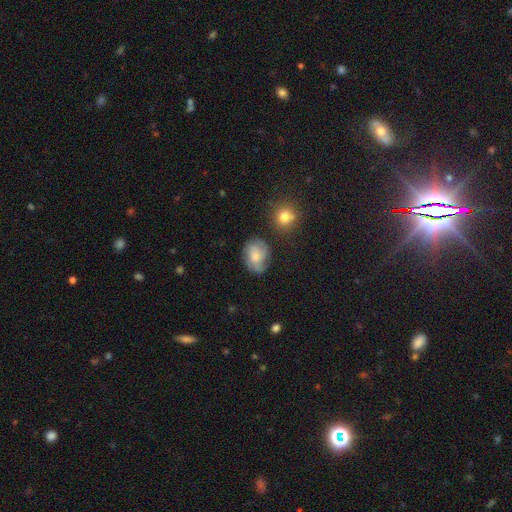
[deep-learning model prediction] This is possibly a featured or disk galaxy (54%). It is clearly not viewed edge-on (97%). Bar: likely no (72%). Spiral arm pattern: clearly yes (85%). Central bulge: marginally moderate (41%). Merging: likely none (64%).